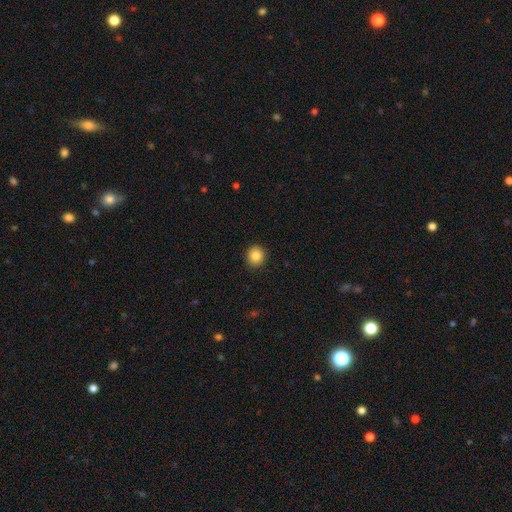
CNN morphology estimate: Overall: smooth (86%). How rounded: round (84%). Merging: none (91%).